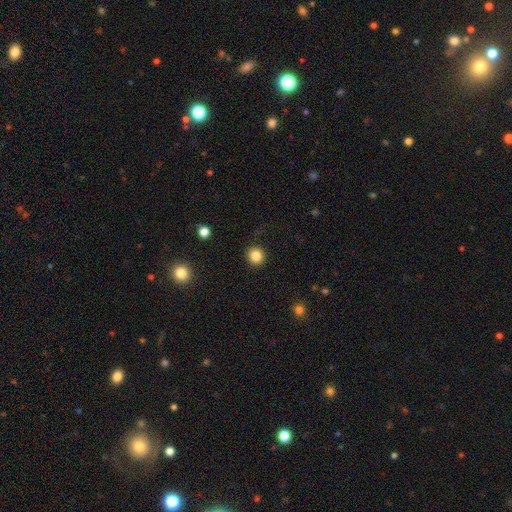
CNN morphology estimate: The model was most divided on "smooth or featured": smooth: 84%, star or artifact: 11%, featured or disk: 5%. More confident: how rounded — round (93%); merging — none (91%).